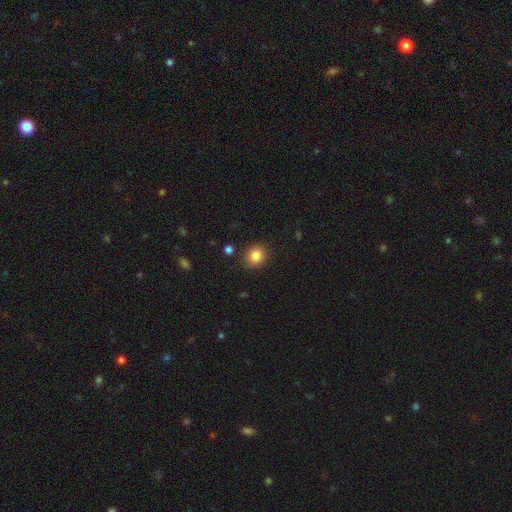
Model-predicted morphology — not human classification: The model was most divided on "how rounded": round: 77%, in between: 22%, cigar-shaped: 1%. More confident: merging — none (86%); smooth or featured — smooth (85%).